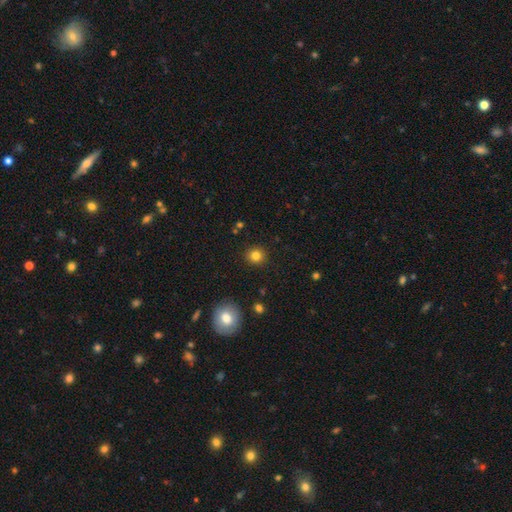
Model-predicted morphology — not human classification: Overall: smooth (82%). How rounded: round (92%). Merging: none (91%).